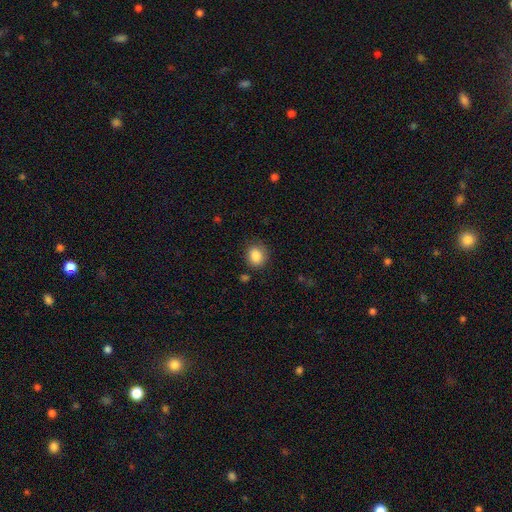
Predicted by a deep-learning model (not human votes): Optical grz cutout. It shows a smooth galaxy with no disk features (86%) that is round (68%). Merging: none (79%).